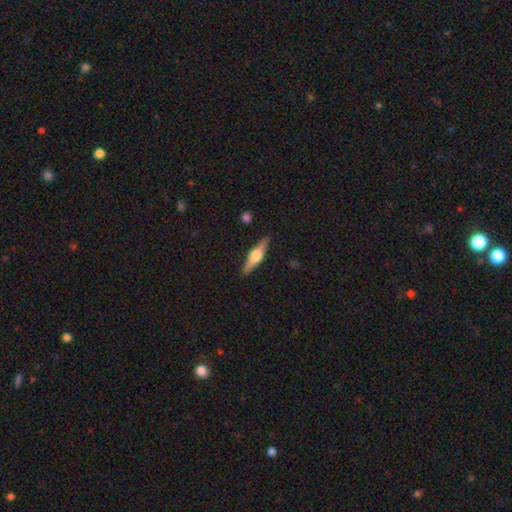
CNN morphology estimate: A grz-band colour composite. It shows a featured or disk galaxy (68%) viewed edge-on (97%) with a rounded central bulge (93%). Merging: none (89%).